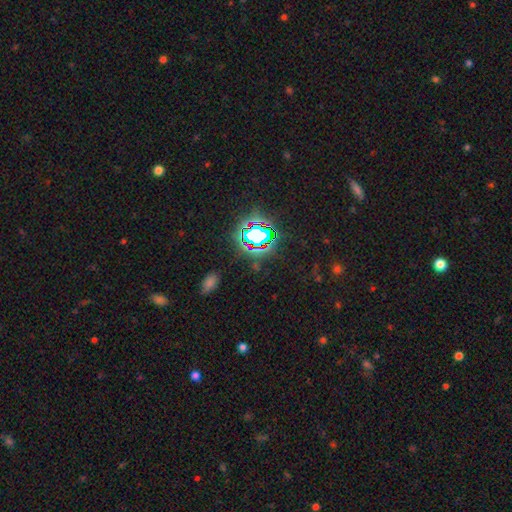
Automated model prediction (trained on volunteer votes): Q: Smooth or featured?
A: star or artifact (78%); runner-up: smooth (14%)